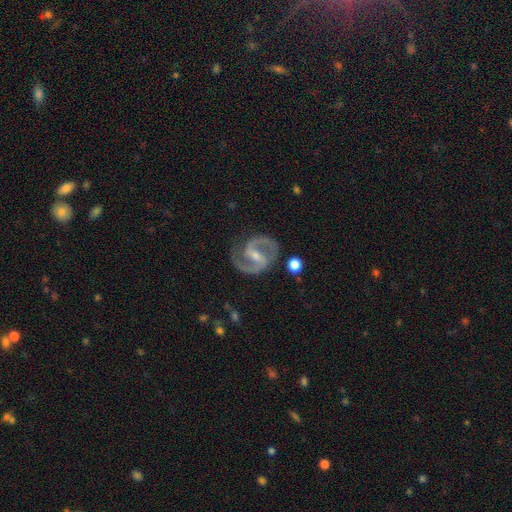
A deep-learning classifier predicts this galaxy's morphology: Smooth or featured? Predicted: featured or disk (p=0.93). Edge-on disk? Predicted: no (p=0.98). Bar? Predicted: strong (p=0.48). Spiral arms? Predicted: yes (p=0.98). Spiral winding? Predicted: medium (p=0.63). Spiral arm count? Predicted: 2 (p=0.94). Bulge size? Predicted: small (p=0.59). Merging? Predicted: none (p=0.82).